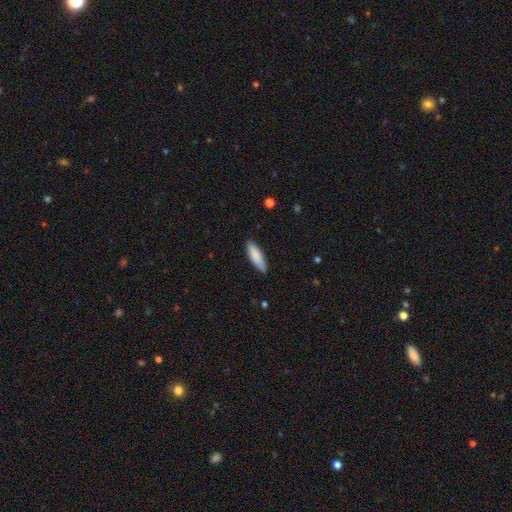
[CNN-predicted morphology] smooth_or_featured: smooth (p=0.87) [alt: featured or disk p=0.08]
how_rounded: cigar-shaped (p=0.50) [alt: in between p=0.49]
merging: none (p=0.87) [alt: minor disturbance p=0.10]